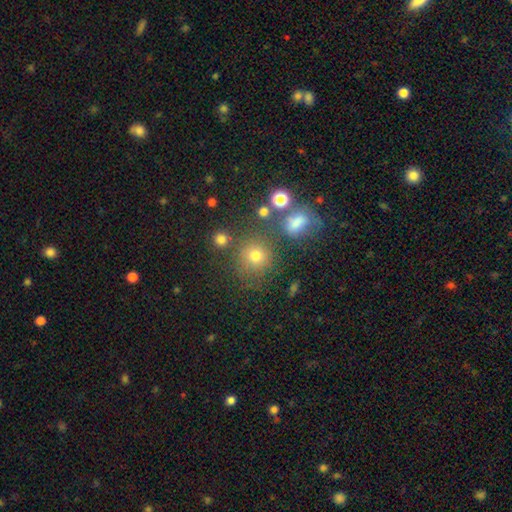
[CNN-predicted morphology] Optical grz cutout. It shows a smooth galaxy with no disk features (70%) that is round (86%). Merging: none (69%).